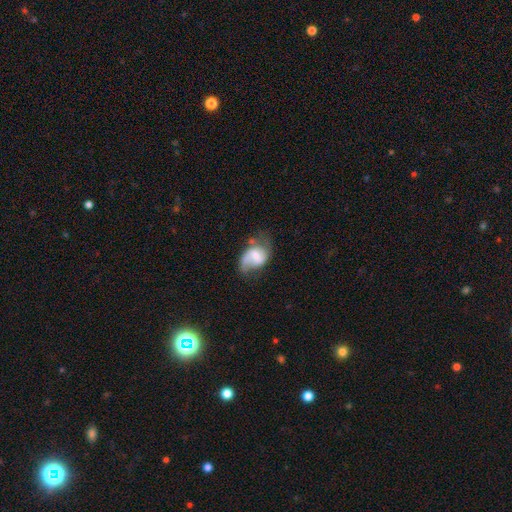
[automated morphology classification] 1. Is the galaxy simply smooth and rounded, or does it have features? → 57% featured or disk, 36% smooth, 7% star or artifact.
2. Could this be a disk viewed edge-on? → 96% no, 4% yes.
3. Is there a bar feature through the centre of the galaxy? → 51% no, 38% weak, 11% strong.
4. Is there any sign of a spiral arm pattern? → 76% yes, 24% no.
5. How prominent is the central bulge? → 47% moderate, 41% small, 6% large, 5% none, 1% dominant.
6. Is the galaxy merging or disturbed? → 37% none, 30% minor disturbance, 25% major disturbance, 7% merger.